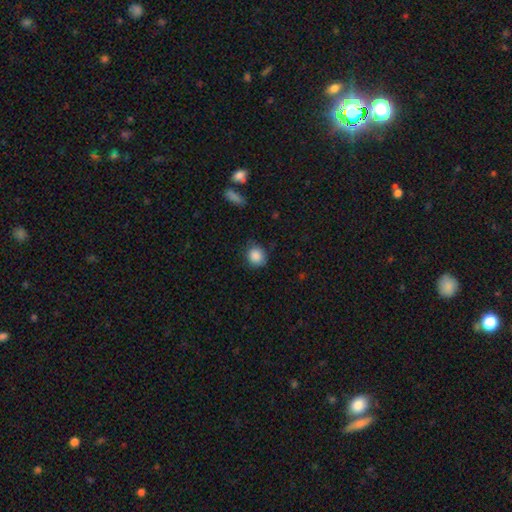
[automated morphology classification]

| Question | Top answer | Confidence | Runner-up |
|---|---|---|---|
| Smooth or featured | smooth | 87% | star or artifact (8%) |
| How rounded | round | 77% | in between (22%) |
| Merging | none | 78% | minor disturbance (17%) |